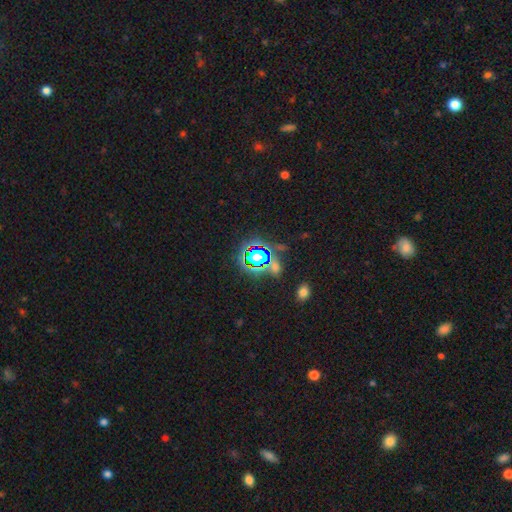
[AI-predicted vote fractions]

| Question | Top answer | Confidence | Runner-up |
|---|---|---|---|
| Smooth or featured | star or artifact | 77% | smooth (16%) |